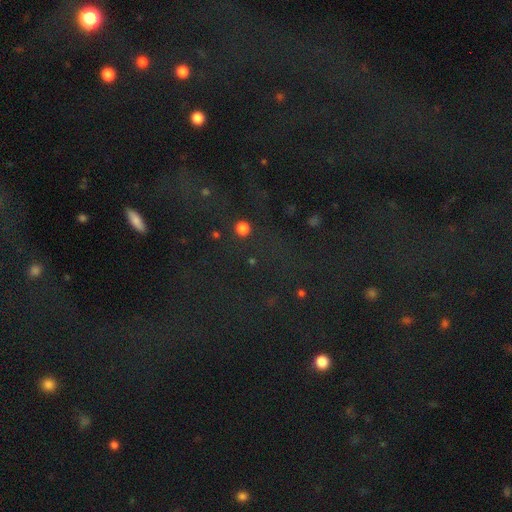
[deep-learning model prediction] Morphology: type=star or artifact (76%).